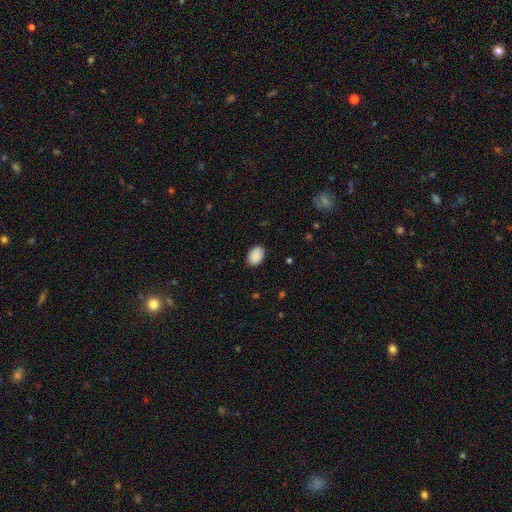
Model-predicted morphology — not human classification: A smooth galaxy with no disk features (90%) that is in between round and cigar-shaped (80%). Merging: none (87%).